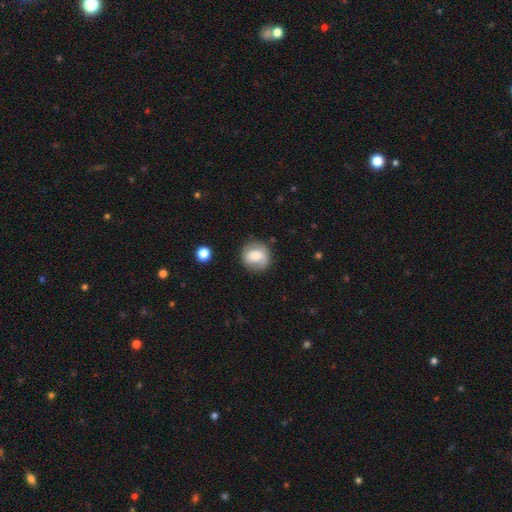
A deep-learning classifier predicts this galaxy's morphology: Q: Smooth or featured?
A: smooth (68%); runner-up: featured or disk (24%)
Q: How rounded?
A: round (81%); runner-up: in between (18%)
Q: Merging?
A: none (73%); runner-up: minor disturbance (19%)